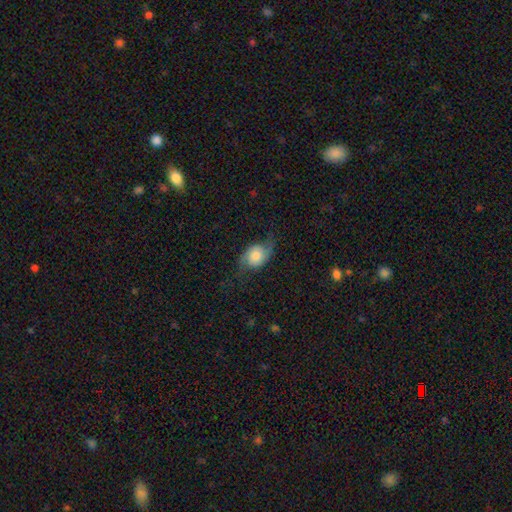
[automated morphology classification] featured or disk 61%, smooth 31%, star or artifact 8%. Down the decision tree: edge-on disk — no (95%); bar — no (74%); spiral arms — yes (91%); spiral arm count — 2 (91%); spiral winding — loose (68%); bulge size — moderate (41%); merging — none (65%).